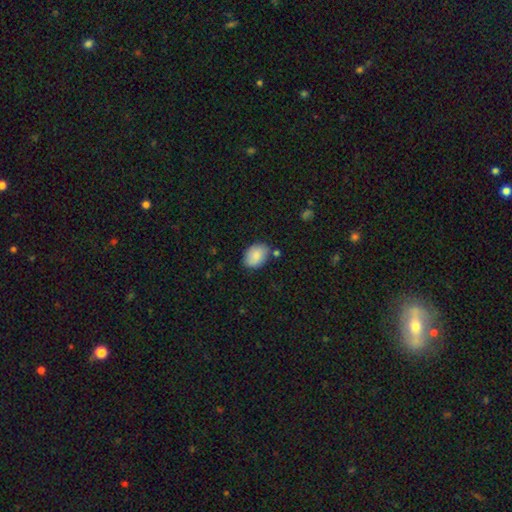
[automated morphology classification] smooth 84%, featured or disk 9%, star or artifact 7%. Down the decision tree: how rounded — in between (81%); merging — none (73%).